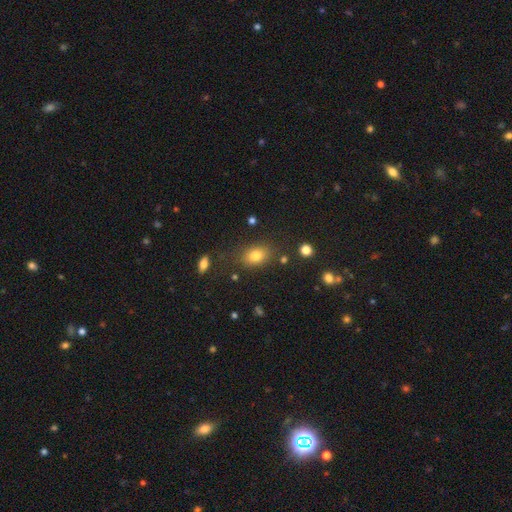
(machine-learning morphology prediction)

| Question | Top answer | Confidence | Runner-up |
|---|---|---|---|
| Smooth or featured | smooth | 79% | star or artifact (12%) |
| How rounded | in between | 74% | round (25%) |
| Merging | none | 78% | minor disturbance (13%) |